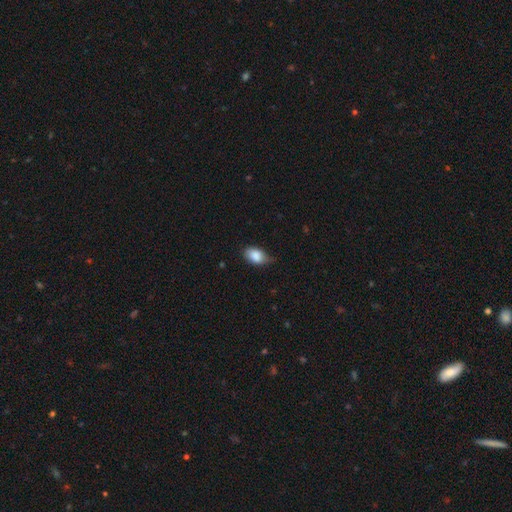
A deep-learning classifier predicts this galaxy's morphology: Overall: smooth (86%). How rounded: in between (88%). Merging: none (54%; minor disturbance 37%).